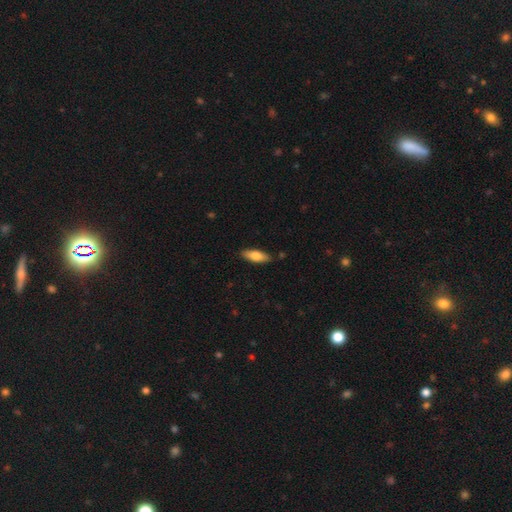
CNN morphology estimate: Smooth or featured? Predicted: smooth (p=0.74). How rounded? Predicted: in between (p=0.61). Merging? Predicted: none (p=0.87).